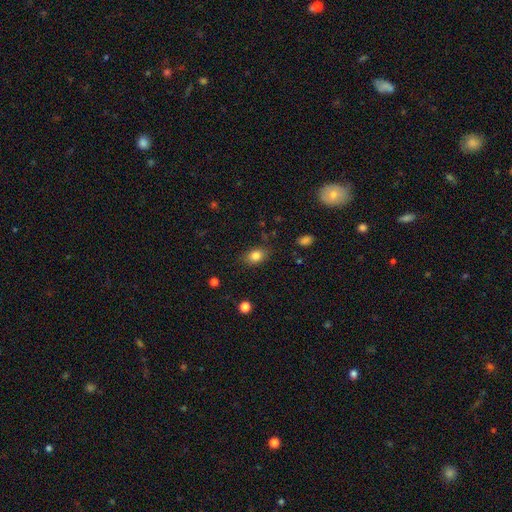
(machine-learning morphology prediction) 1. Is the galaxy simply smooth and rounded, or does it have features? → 83% smooth, 10% star or artifact, 7% featured or disk.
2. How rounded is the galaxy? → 78% in between, 20% round, 2% cigar-shaped.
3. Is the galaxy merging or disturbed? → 81% none, 14% minor disturbance, 4% major disturbance, 2% merger.